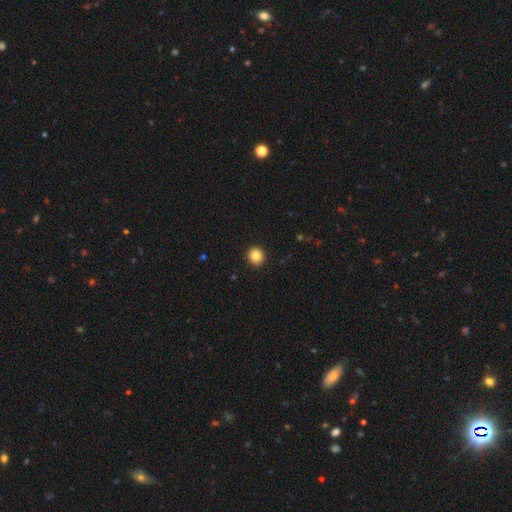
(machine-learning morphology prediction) A smooth galaxy with no disk features (85%) that is round (90%).

Vote fractions:
- Smooth or featured? smooth: 85% / star or artifact: 10% / featured or disk: 6%
- How rounded? round: 90% / in between: 9% / cigar-shaped: 1%
- Merging? none: 93% / minor disturbance: 5% / major disturbance: 2% / merger: 1%